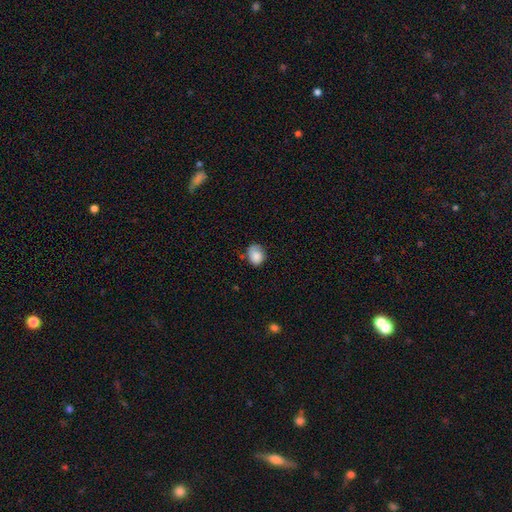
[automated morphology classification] Smooth or featured? Predicted: smooth (p=0.83). How rounded? Predicted: in between (p=0.54). Merging? Predicted: none (p=0.57).